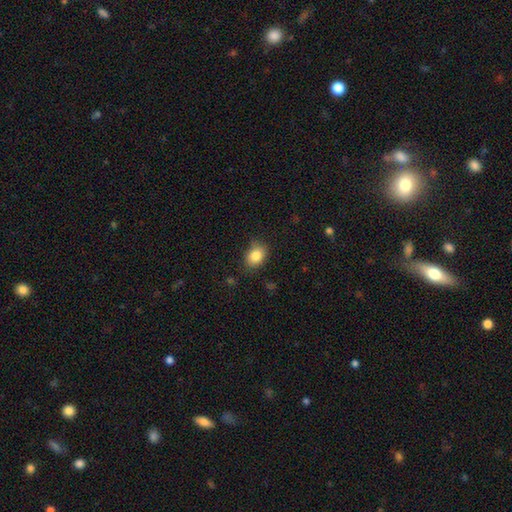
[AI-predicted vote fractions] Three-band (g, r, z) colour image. It shows a smooth galaxy with no disk features (84%) that is in between round and cigar-shaped (66%). Merging: none (78%).